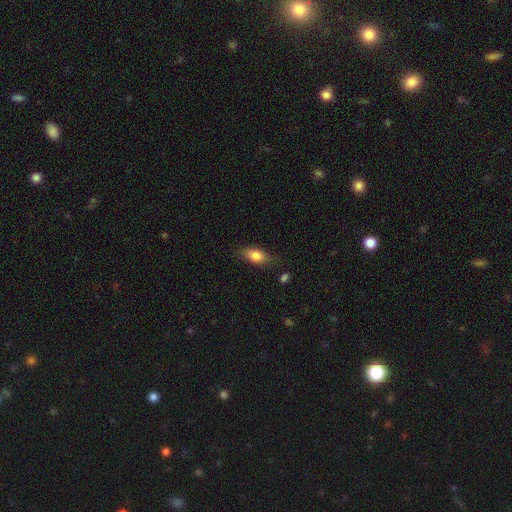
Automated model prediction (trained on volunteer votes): Morphology: type=smooth (81%); roundness=in between (84%); merging=none (79%).